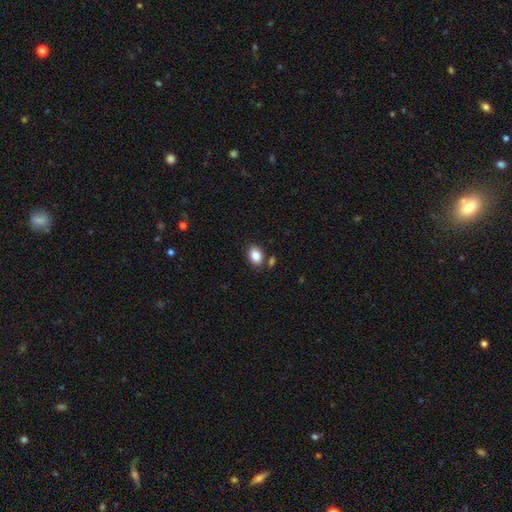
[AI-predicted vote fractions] A smooth galaxy with no disk features (84%) that is in between round and cigar-shaped (75%).

Vote fractions:
- Smooth or featured? smooth: 84% / star or artifact: 9% / featured or disk: 7%
- How rounded? in between: 75% / round: 24% / cigar-shaped: 1%
- Merging? none: 79% / minor disturbance: 11% / merger: 7% / major disturbance: 3%